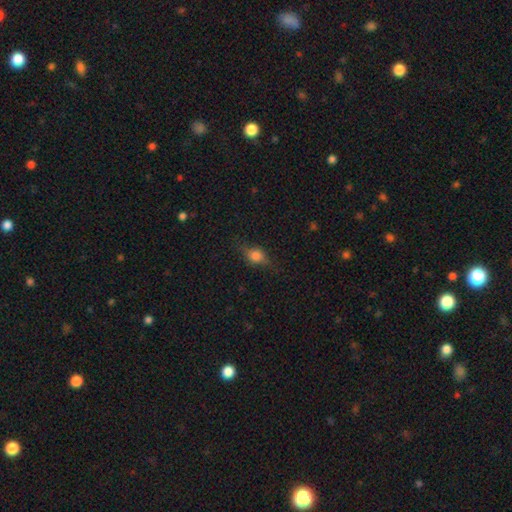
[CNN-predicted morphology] A smooth galaxy with no disk features (64%) that is in between round and cigar-shaped (55%).

Vote fractions:
- Smooth or featured? smooth: 64% / featured or disk: 24% / star or artifact: 12%
- How rounded? in between: 55% / round: 37% / cigar-shaped: 8%
- Merging? none: 71% / minor disturbance: 21% / major disturbance: 7% / merger: 1%